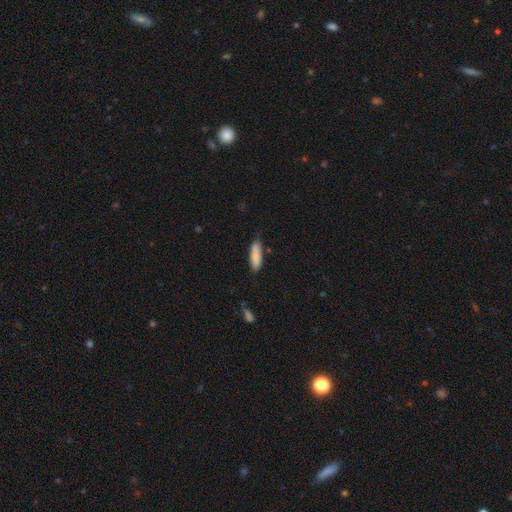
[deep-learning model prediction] A smooth galaxy with no disk features (87%) that is cigar-shaped (54%).

Vote fractions:
- Smooth or featured? smooth: 87% / featured or disk: 7% / star or artifact: 6%
- How rounded? cigar-shaped: 54% / in between: 44% / round: 1%
- Merging? none: 76% / minor disturbance: 19% / major disturbance: 3% / merger: 2%